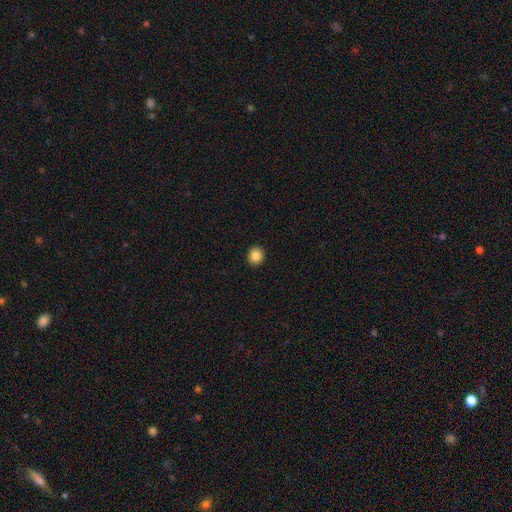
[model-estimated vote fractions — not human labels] A smooth galaxy with no disk features (86%) that is round (85%).

Vote fractions:
- Smooth or featured? smooth: 86% / star or artifact: 10% / featured or disk: 4%
- How rounded? round: 85% / in between: 14% / cigar-shaped: 1%
- Merging? none: 93% / minor disturbance: 5% / major disturbance: 1% / merger: 1%